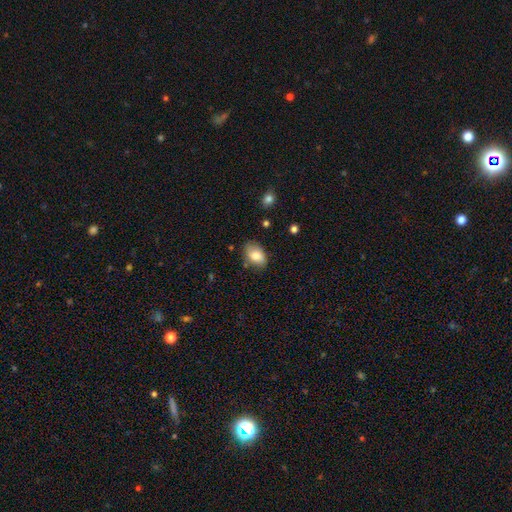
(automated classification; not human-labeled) Q: Smooth or featured?
A: smooth (80%); runner-up: featured or disk (12%)
Q: How rounded?
A: in between (86%); runner-up: round (12%)
Q: Merging?
A: none (70%); runner-up: minor disturbance (23%)